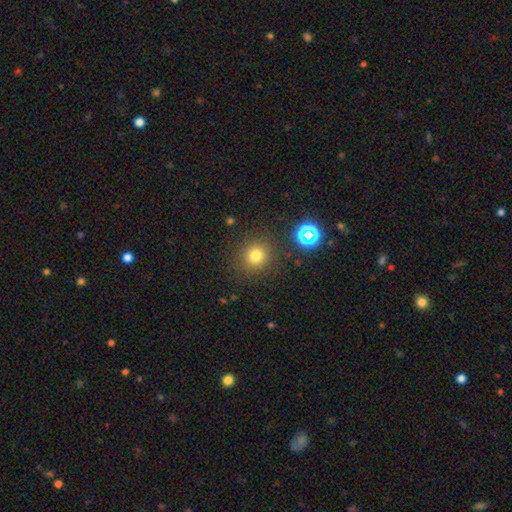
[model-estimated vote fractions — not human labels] A smooth galaxy with no disk features (75%) that is round (90%).

Vote fractions:
- Smooth or featured? smooth: 75% / star or artifact: 19% / featured or disk: 7%
- How rounded? round: 90% / in between: 9% / cigar-shaped: 1%
- Merging? none: 86% / minor disturbance: 8% / major disturbance: 4% / merger: 2%